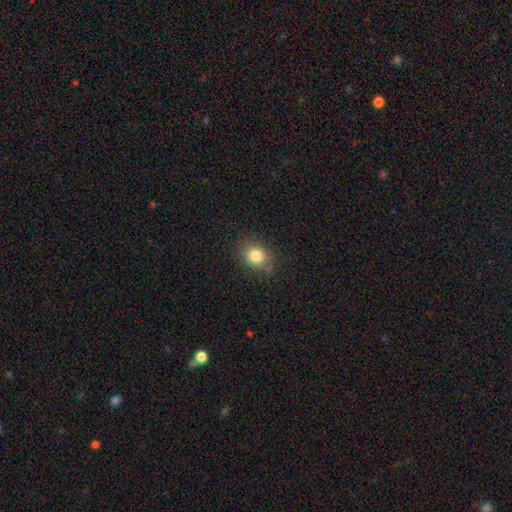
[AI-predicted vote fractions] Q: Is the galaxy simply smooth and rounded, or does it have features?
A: smooth — 81%.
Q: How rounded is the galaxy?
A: round — 51%.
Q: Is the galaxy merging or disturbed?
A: none — 76%.